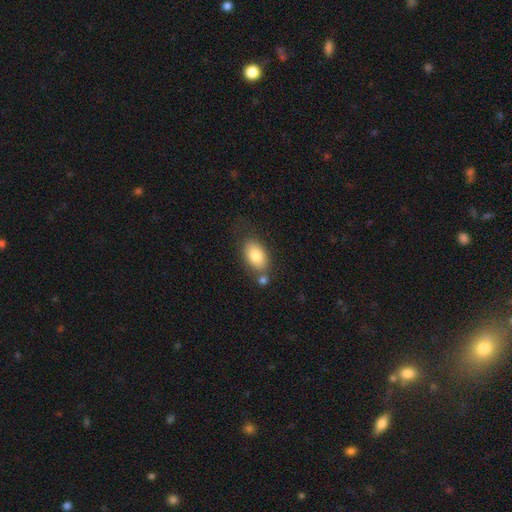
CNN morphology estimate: A smooth galaxy with no disk features (82%) that is in between round and cigar-shaped (90%).

Vote fractions:
- Smooth or featured? smooth: 82% / featured or disk: 11% / star or artifact: 7%
- How rounded? in between: 90% / round: 8% / cigar-shaped: 2%
- Merging? none: 62% / minor disturbance: 17% / merger: 16% / major disturbance: 6%